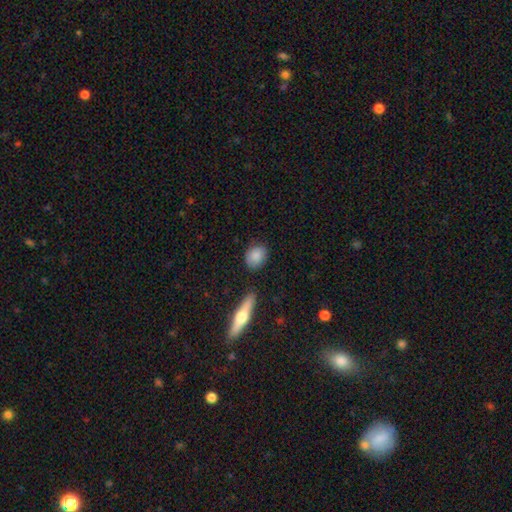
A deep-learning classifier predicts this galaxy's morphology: Overall: smooth (85%). How rounded: round (56%; in between 41%). Merging: none (80%).